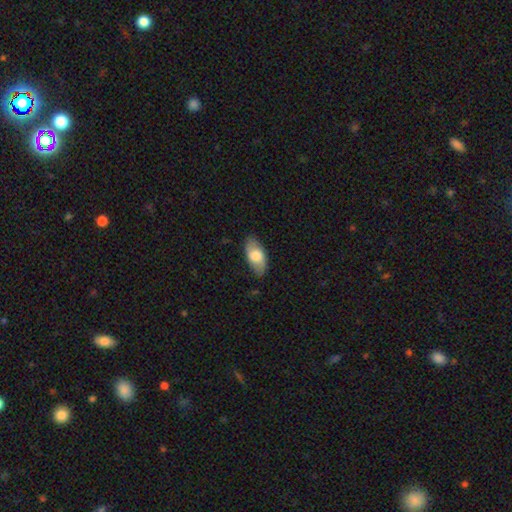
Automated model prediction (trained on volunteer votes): Smooth or featured?
  - smooth: 64% *
  - featured or disk: 30%
  - star or artifact: 6%
How rounded?
  - in between: 91% *
  - cigar-shaped: 6%
  - round: 3%
Merging?
  - none: 81% *
  - minor disturbance: 15%
  - major disturbance: 3%
  - merger: 1%